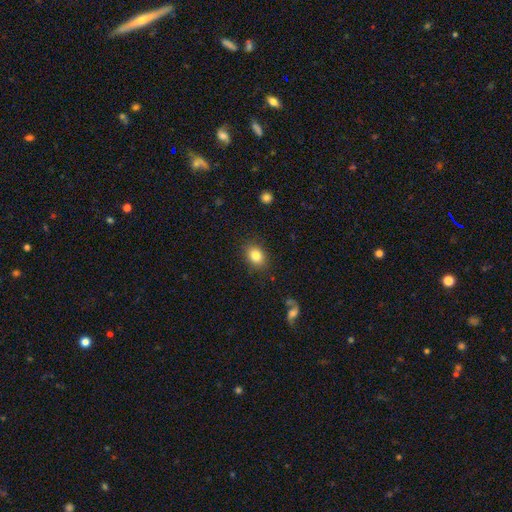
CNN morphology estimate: smooth_or_featured: smooth (p=0.84) [alt: star or artifact p=0.09]
how_rounded: in between (p=0.64) [alt: round p=0.35]
merging: none (p=0.86) [alt: minor disturbance p=0.10]